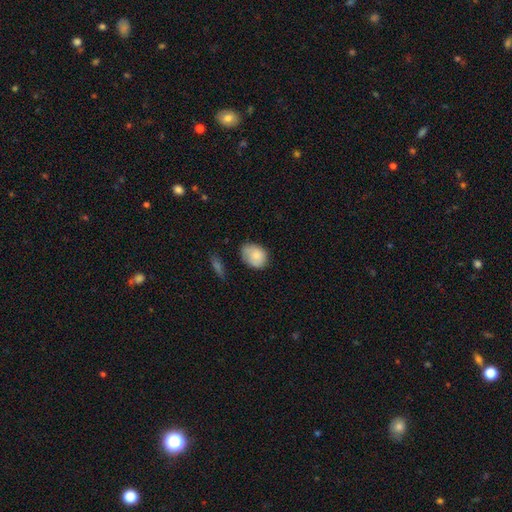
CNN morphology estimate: This is likely a smooth galaxy (79%). How rounded: likely in between (63%). Merging: possibly none (58%).